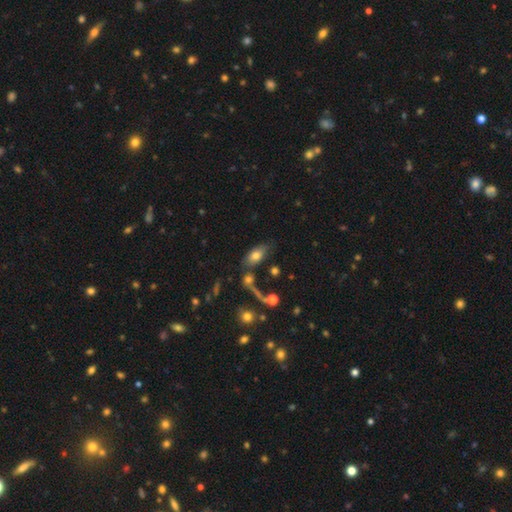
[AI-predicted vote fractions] smooth 72%, featured or disk 19%, star or artifact 9%. Down the decision tree: how rounded — in between (85%); merging — none (61%).